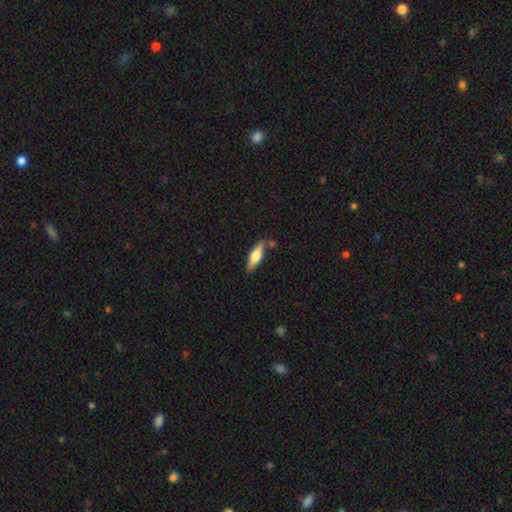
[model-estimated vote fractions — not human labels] A smooth galaxy with no disk features (63%) that is in between round and cigar-shaped (54%).

Vote fractions:
- Smooth or featured? smooth: 63% / featured or disk: 31% / star or artifact: 6%
- How rounded? in between: 54% / cigar-shaped: 44% / round: 2%
- Merging? none: 70% / minor disturbance: 17% / merger: 9% / major disturbance: 4%